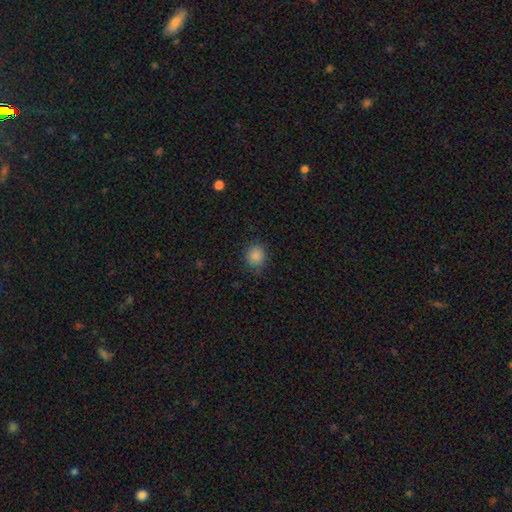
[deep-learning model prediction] The model was most divided on "how rounded": round: 78%, in between: 21%, cigar-shaped: 1%. More confident: smooth or featured — smooth (87%); merging — none (83%).